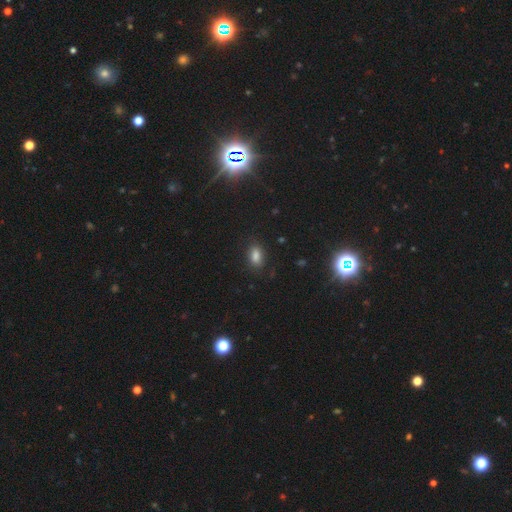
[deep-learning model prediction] This is likely a smooth galaxy (79%). How rounded: clearly in between (86%). Merging: clearly none (82%).